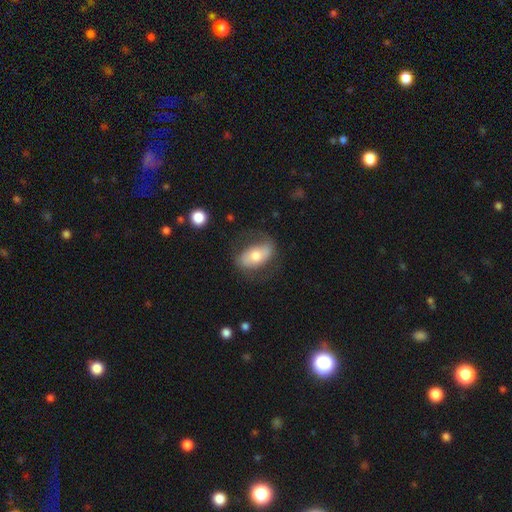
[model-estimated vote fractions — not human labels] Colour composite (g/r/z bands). It shows a smooth galaxy with no disk features (51%) that is in between round and cigar-shaped (90%). Merging: none (65%).